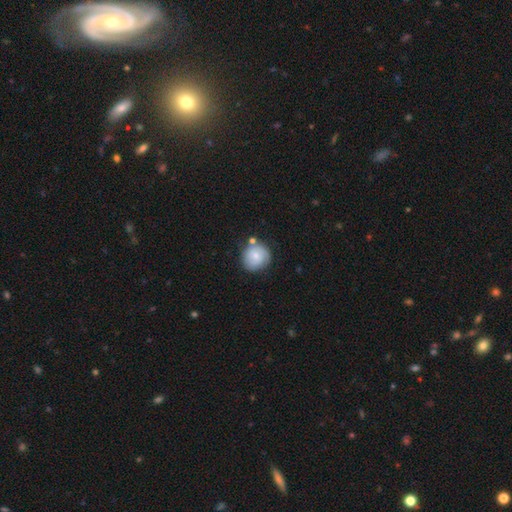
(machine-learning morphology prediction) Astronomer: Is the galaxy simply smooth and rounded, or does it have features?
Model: smooth — 62%.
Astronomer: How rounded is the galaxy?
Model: round — 88%.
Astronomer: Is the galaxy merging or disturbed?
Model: none — 66%.